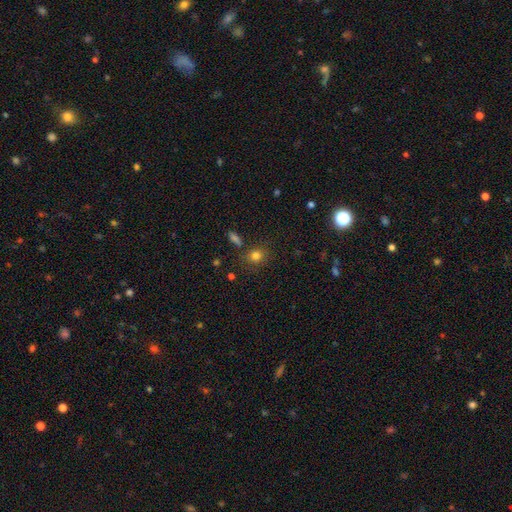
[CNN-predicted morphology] smooth 80%, star or artifact 13%, featured or disk 7%. Down the decision tree: how rounded — round (74%); merging — none (79%).